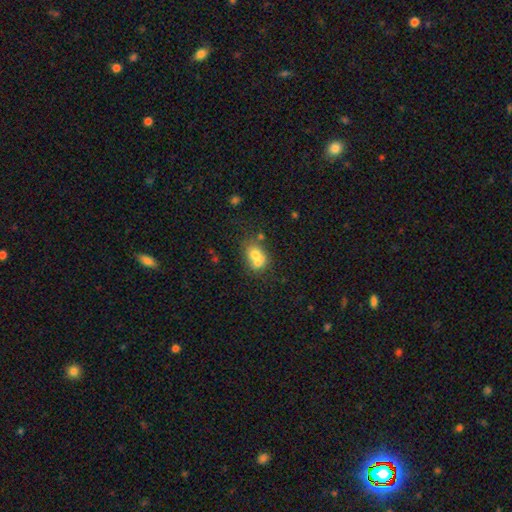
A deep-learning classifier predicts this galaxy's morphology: This is likely a smooth galaxy (67%). How rounded: possibly round (54%). Merging: possibly merger (53%).